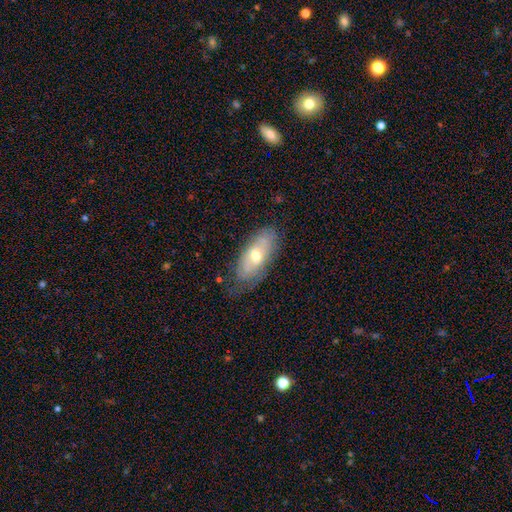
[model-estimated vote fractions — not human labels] smooth 50%, featured or disk 43%, star or artifact 7%. Down the decision tree: how rounded — in between (82%); merging — none (63%).